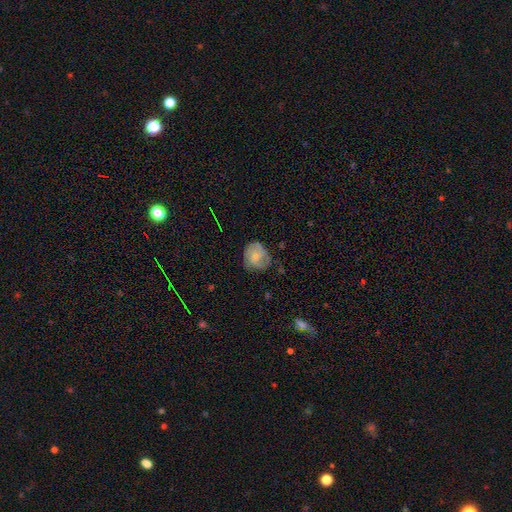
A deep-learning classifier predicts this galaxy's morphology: Smooth or featured: featured or disk — 52% (smooth — 41%)
Edge-on disk: no — 98% (yes — 2%)
Bar: no — 73% (weak — 23%)
Spiral arms: yes — 85% (no — 15%)
Bulge size: small — 51% (moderate — 29%)
Merging: none — 62% (minor disturbance — 26%)